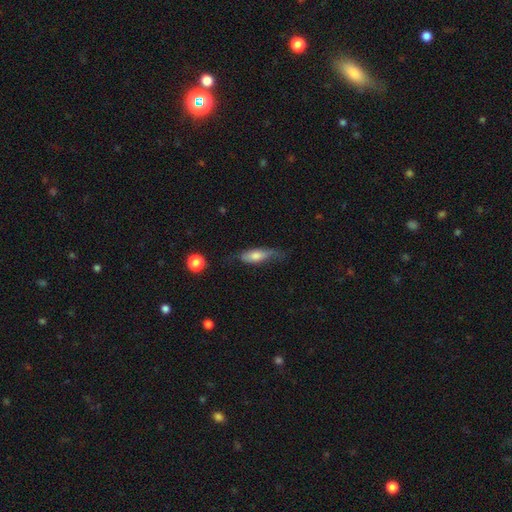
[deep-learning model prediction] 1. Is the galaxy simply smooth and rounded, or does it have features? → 65% smooth, 28% featured or disk, 7% star or artifact.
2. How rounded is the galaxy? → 54% in between, 43% cigar-shaped, 3% round.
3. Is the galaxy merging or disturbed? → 51% none, 33% minor disturbance, 13% major disturbance, 2% merger.